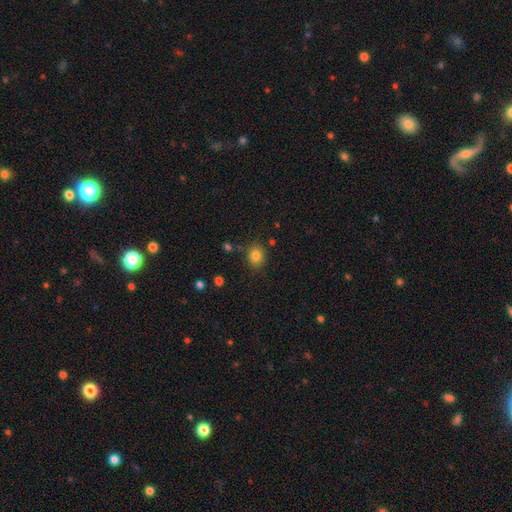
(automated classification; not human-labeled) Overall: smooth (82%). How rounded: round (58%; in between 41%). Merging: none (82%).